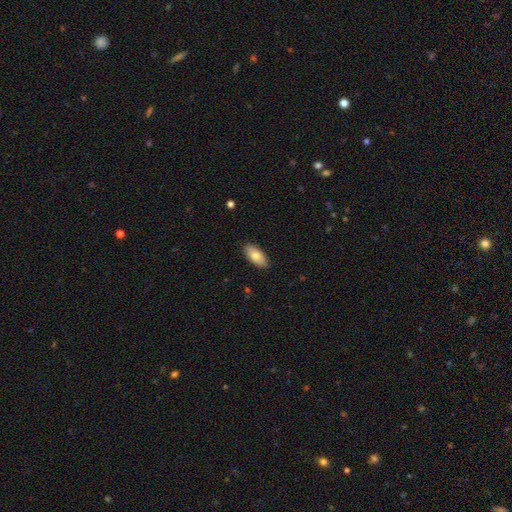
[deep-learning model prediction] This is likely a smooth galaxy (78%). How rounded: clearly in between (89%). Merging: clearly none (89%).